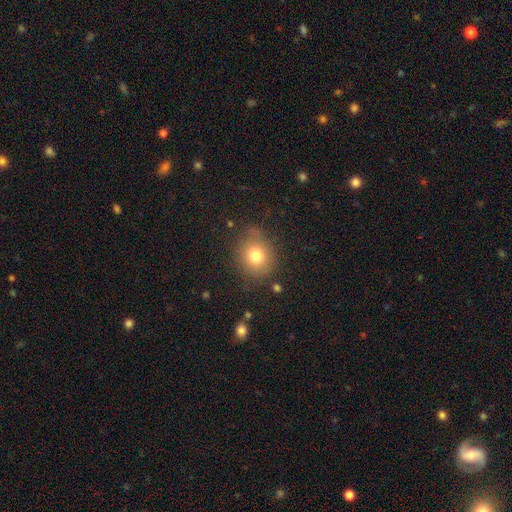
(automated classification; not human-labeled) smooth 77%, star or artifact 12%, featured or disk 11%. Down the decision tree: how rounded — round (73%); merging — none (73%).